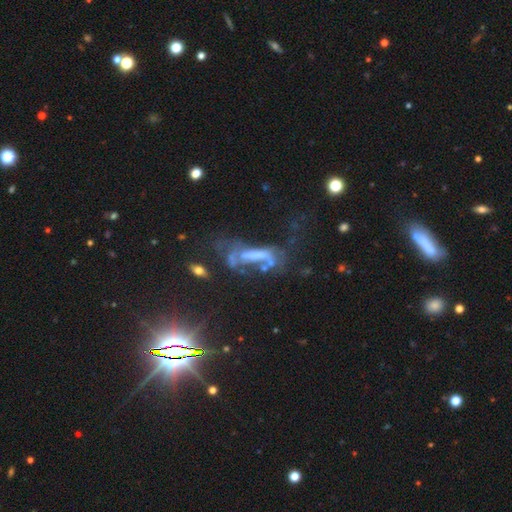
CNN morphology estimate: A featured or disk galaxy (51%). Merging: major disturbance (38%).